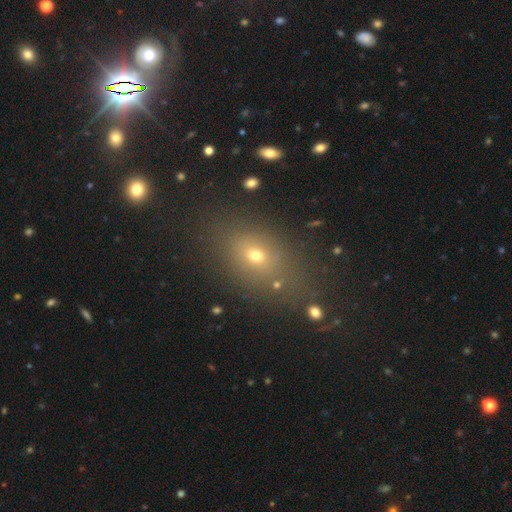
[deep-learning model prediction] smooth 59%, star or artifact 26%, featured or disk 15%. Down the decision tree: how rounded — in between (66%); merging — none (77%).